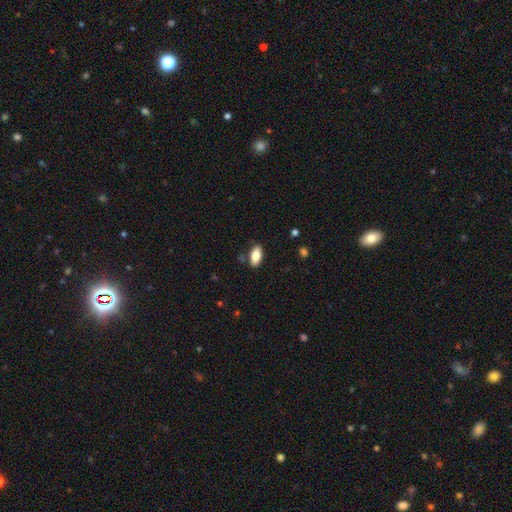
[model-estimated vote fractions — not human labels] Overall: smooth (81%). How rounded: in between (91%). Merging: none (84%).